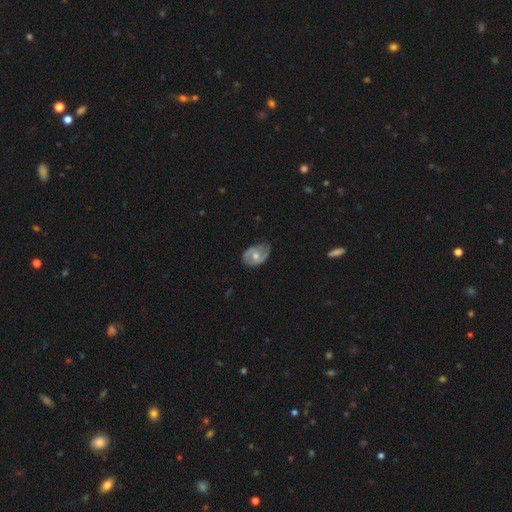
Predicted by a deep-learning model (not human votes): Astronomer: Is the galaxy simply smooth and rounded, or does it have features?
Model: featured or disk — 68%.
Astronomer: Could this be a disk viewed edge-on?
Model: no — 96%.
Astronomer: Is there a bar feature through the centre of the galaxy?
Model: no — 60%.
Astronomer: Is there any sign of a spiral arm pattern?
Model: yes — 80%.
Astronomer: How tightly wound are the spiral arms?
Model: medium — 44% (runner-up: tight, 32%).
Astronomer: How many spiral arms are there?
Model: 2 — 75%.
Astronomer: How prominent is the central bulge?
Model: moderate — 69%.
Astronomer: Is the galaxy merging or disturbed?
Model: none — 62%.